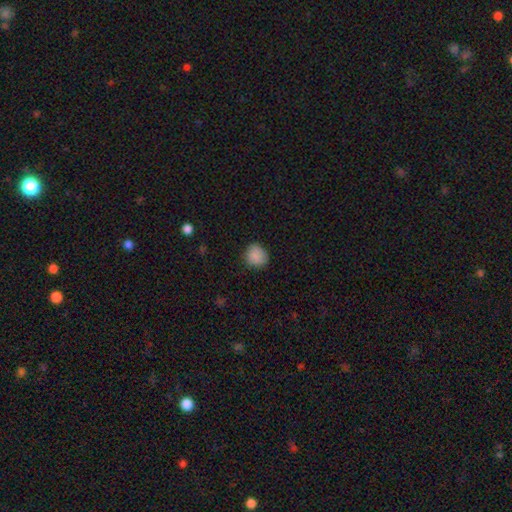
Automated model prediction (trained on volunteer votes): This is clearly a smooth galaxy (87%). How rounded: clearly round (83%). Merging: clearly none (81%).